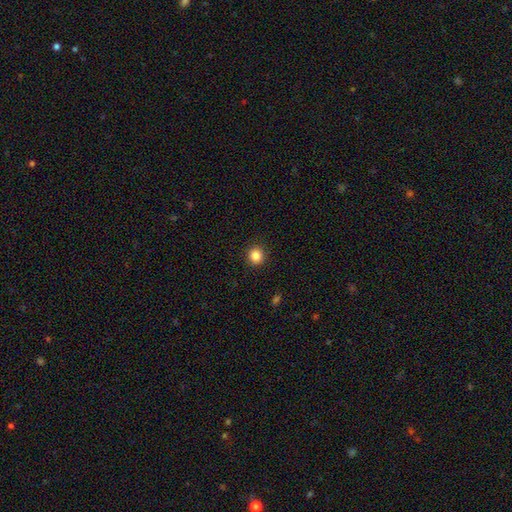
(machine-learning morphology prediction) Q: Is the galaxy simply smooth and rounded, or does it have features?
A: smooth — 85%.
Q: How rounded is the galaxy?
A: round — 91%.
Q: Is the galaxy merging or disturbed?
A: none — 92%.